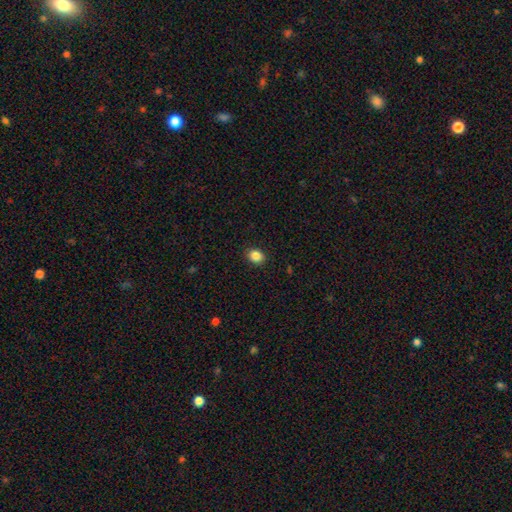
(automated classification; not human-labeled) Smooth or featured? smooth (86%)
How rounded? round (58%)
Merging? none (91%)